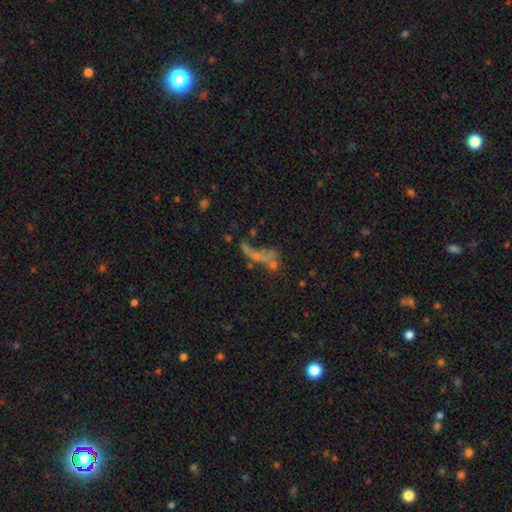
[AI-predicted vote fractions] This is marginally a star or artifact rather than a galaxy (39%).